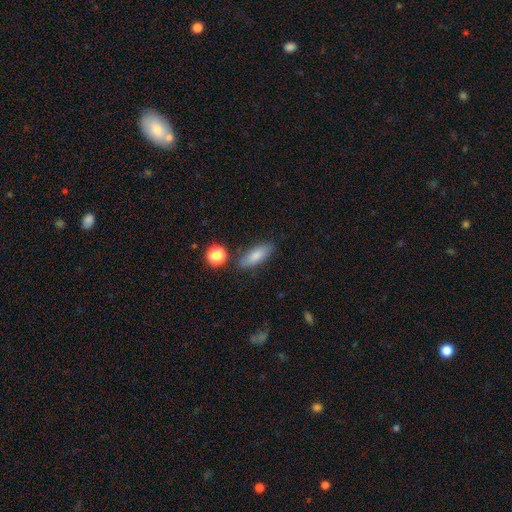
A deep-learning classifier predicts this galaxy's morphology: A smooth galaxy with no disk features (80%) that is in between round and cigar-shaped (68%). Merging: none (78%).